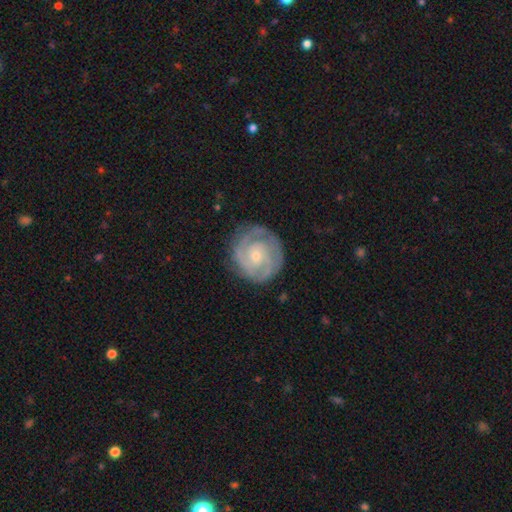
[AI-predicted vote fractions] Smooth or featured? Predicted: featured or disk (p=0.86). Edge-on disk? Predicted: no (p=0.98). Bar? Predicted: no (p=0.68). Spiral arms? Predicted: yes (p=0.97). Spiral winding? Predicted: tight (p=0.73). Spiral arm count? Predicted: 2 (p=0.49). Bulge size? Predicted: small (p=0.67). Merging? Predicted: none (p=0.82).